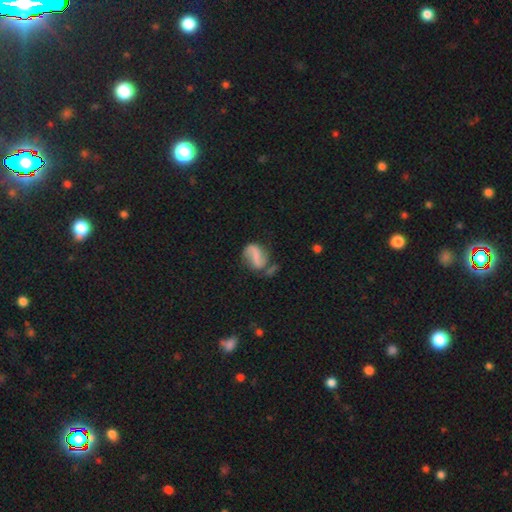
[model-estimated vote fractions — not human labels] Overall: featured or disk (62%; smooth 29%). Edge-on disk: no (97%). Bar: strong (39%; weak 33%). Spiral arms: yes (85%). Spiral arm count: 2 (85%). Spiral winding: loose (58%; medium 30%). Bulge size: none (59%; small 25%). Merging: none (48%; minor disturbance 22%).